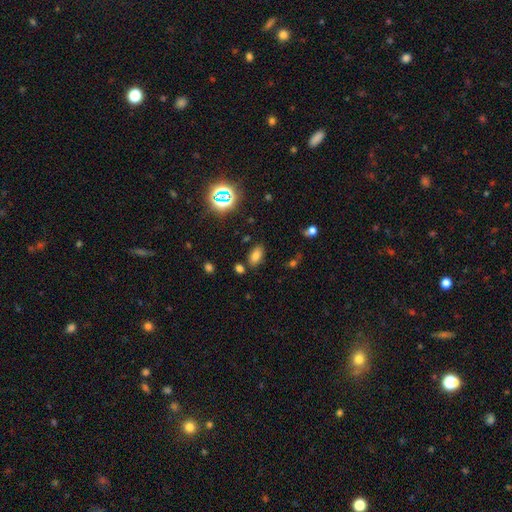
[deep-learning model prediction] smooth-or-featured: smooth: 73% | star or artifact: 18% | featured or disk: 9%
  how-rounded: in between: 90% | round: 6% | cigar-shaped: 4%
  merging: none: 81% | minor disturbance: 10% | merger: 5% | major disturbance: 3%